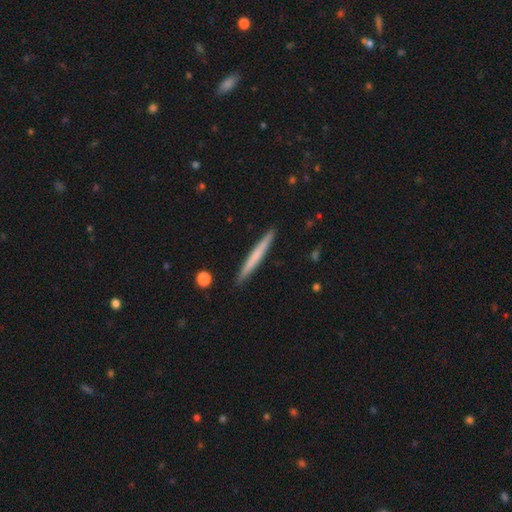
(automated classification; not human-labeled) Q: Smooth or featured?
A: smooth (60%); runner-up: featured or disk (34%)
Q: How rounded?
A: cigar-shaped (97%); runner-up: in between (2%)
Q: Merging?
A: none (92%); runner-up: minor disturbance (6%)